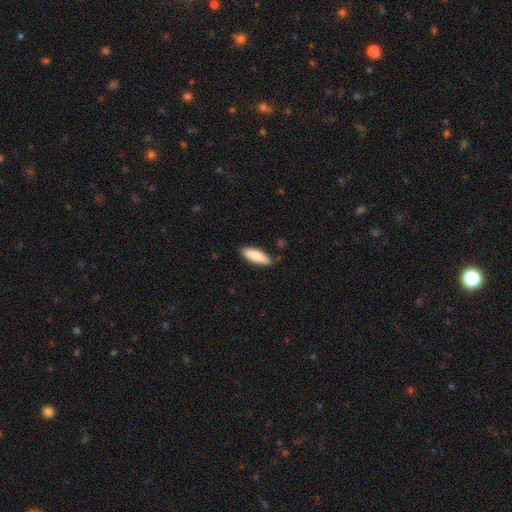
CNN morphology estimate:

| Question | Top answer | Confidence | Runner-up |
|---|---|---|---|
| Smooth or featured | smooth | 87% | featured or disk (7%) |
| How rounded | in between | 62% | cigar-shaped (36%) |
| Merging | none | 82% | minor disturbance (14%) |